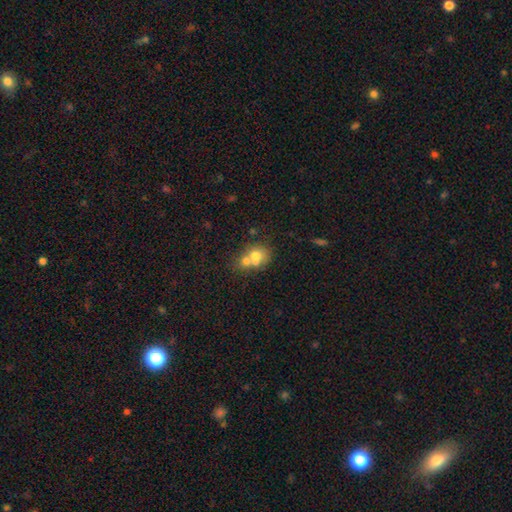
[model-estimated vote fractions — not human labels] Smooth or featured: smooth — 64% (featured or disk — 24%)
How rounded: round — 66% (in between — 33%)
Merging: merger — 61% (none — 27%)